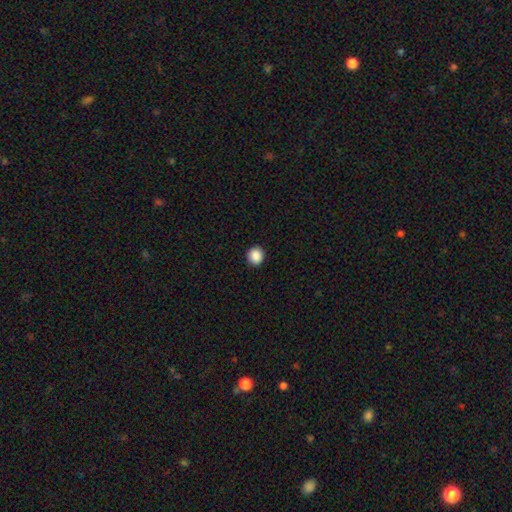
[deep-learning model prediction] Overall: smooth (89%). How rounded: round (90%). Merging: none (92%).